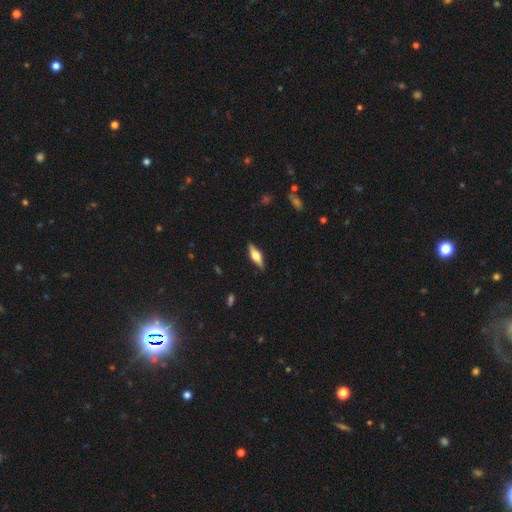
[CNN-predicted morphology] Smooth or featured? Predicted: featured or disk (p=0.50). Merging? Predicted: none (p=0.87).